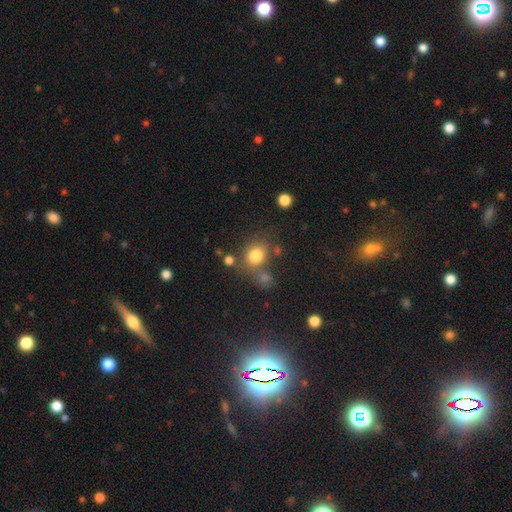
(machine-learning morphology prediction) smooth-or-featured: smooth: 78% | star or artifact: 14% | featured or disk: 8%
  how-rounded: round: 67% | in between: 32% | cigar-shaped: 1%
  merging: none: 61% | merger: 20% | minor disturbance: 13% | major disturbance: 6%